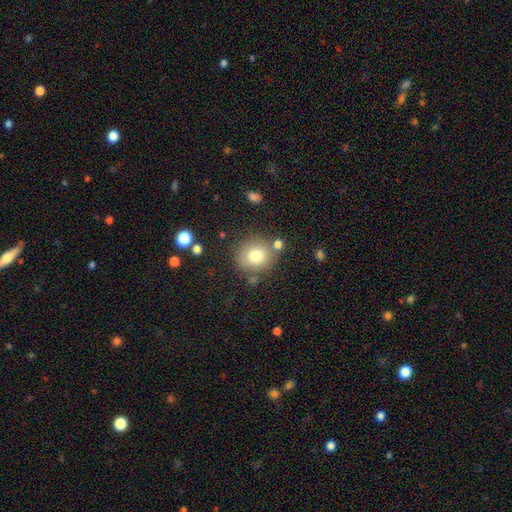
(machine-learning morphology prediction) smooth_or_featured: smooth (p=0.77) [alt: featured or disk p=0.12]
how_rounded: round (p=0.84) [alt: in between p=0.15]
merging: none (p=0.74) [alt: minor disturbance p=0.13]